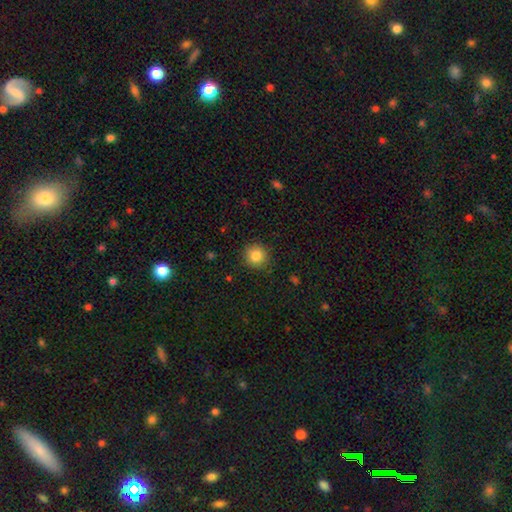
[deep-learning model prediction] The model was most divided on "smooth or featured": smooth: 83%, star or artifact: 10%, featured or disk: 6%. More confident: how rounded — round (93%); merging — none (91%).